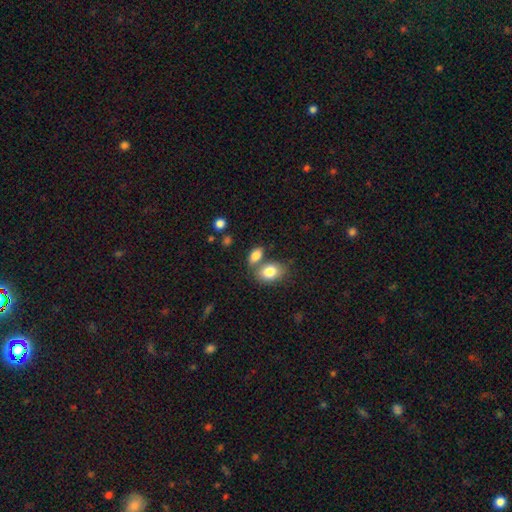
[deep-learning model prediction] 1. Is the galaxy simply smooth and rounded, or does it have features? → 83% smooth, 9% featured or disk, 8% star or artifact.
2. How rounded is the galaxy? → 86% in between, 12% round, 3% cigar-shaped.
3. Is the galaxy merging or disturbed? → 46% none, 39% merger, 11% minor disturbance, 4% major disturbance.